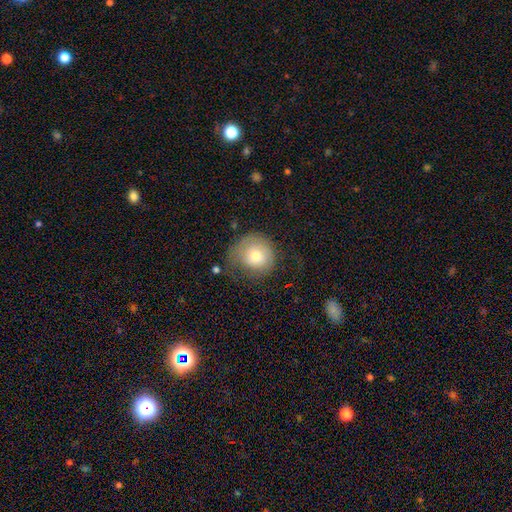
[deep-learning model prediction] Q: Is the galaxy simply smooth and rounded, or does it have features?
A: smooth — 67%.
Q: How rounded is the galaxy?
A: round — 86%.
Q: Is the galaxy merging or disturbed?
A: none — 47%.